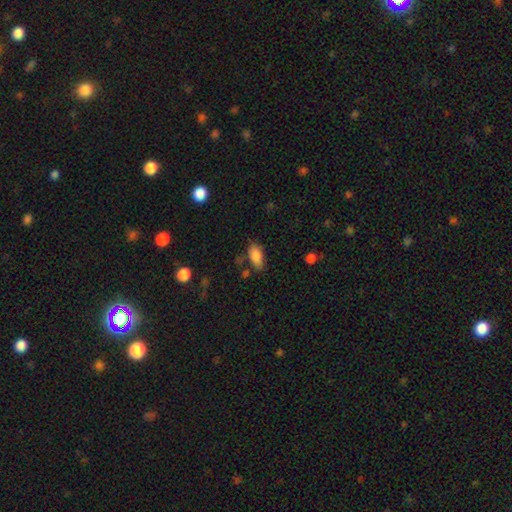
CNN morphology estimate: This appears to be a smooth galaxy with no disk features (85%) that is in between round and cigar-shaped (89%). Merging: none (69%).